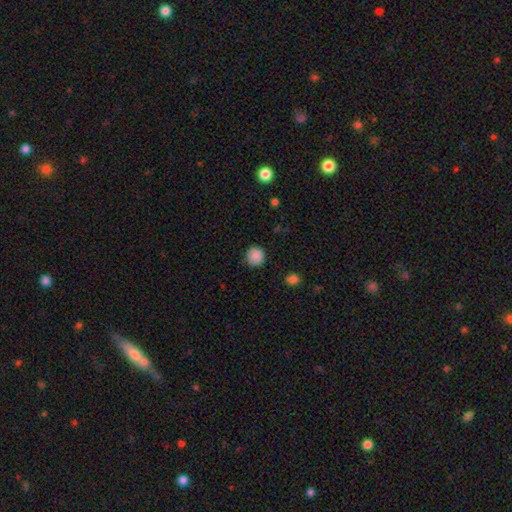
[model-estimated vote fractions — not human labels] Smooth or featured? Predicted: smooth (p=0.88). How rounded? Predicted: round (p=0.92). Merging? Predicted: none (p=0.88).